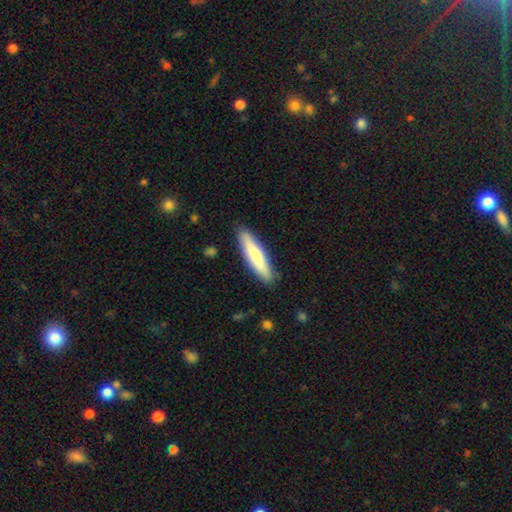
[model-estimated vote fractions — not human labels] Smooth or featured?
  - smooth: 77% *
  - featured or disk: 18%
  - star or artifact: 5%
How rounded?
  - cigar-shaped: 83% *
  - in between: 16%
  - round: 1%
Merging?
  - none: 88% *
  - minor disturbance: 9%
  - major disturbance: 2%
  - merger: 1%